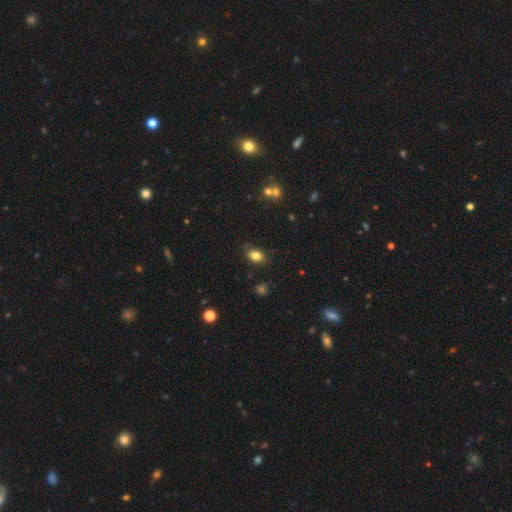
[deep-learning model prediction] smooth-or-featured: smooth: 82% | star or artifact: 10% | featured or disk: 8%
  how-rounded: in between: 79% | round: 19% | cigar-shaped: 2%
  merging: none: 81% | minor disturbance: 14% | major disturbance: 3% | merger: 2%